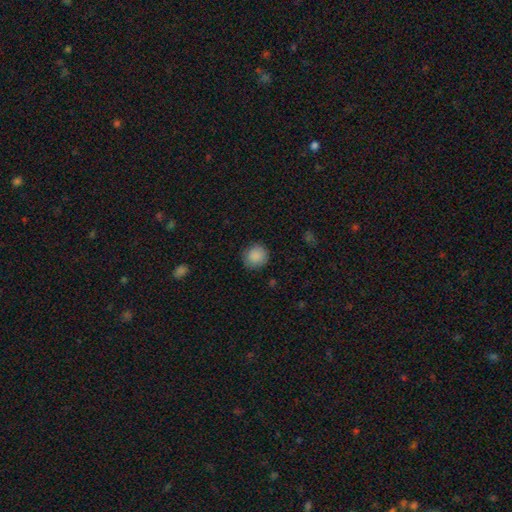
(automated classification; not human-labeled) Smooth or featured: smooth — 88% (star or artifact — 8%)
How rounded: round — 92% (in between — 7%)
Merging: none — 86% (minor disturbance — 11%)